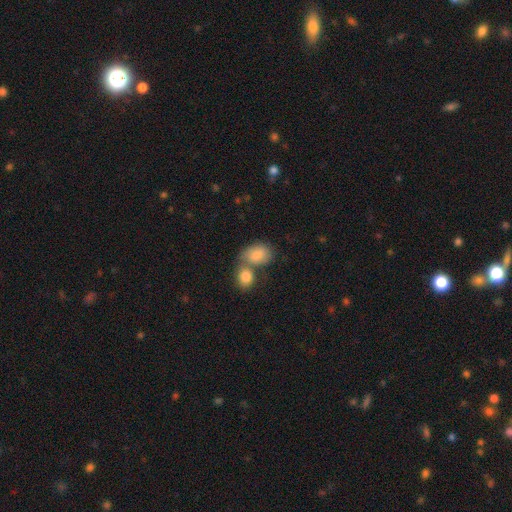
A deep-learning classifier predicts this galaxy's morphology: type=smooth (80%); roundness=in between (74%); merging=merger (56%).